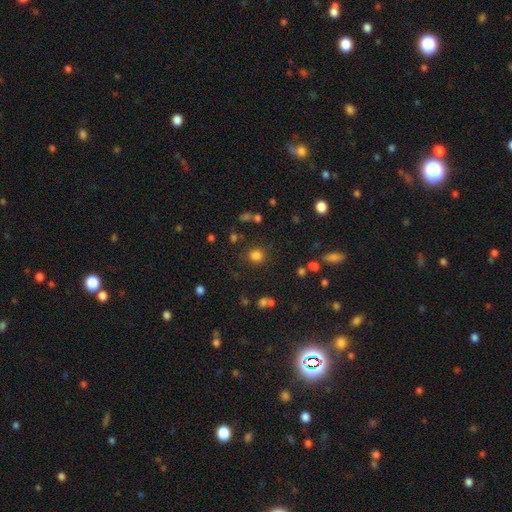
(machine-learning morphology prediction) Smooth or featured: smooth — 79% (star or artifact — 16%)
How rounded: round — 86% (in between — 13%)
Merging: none — 82% (minor disturbance — 9%)